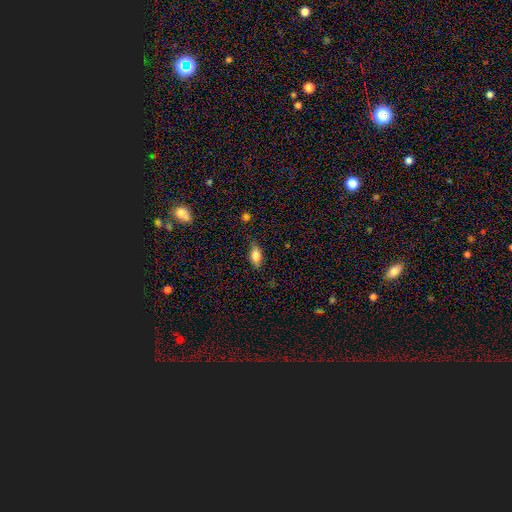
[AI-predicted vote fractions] The model was most divided on "merging": none: 79%, minor disturbance: 16%, major disturbance: 3%, merger: 1%. More confident: how rounded — in between (85%); smooth or featured — smooth (78%).